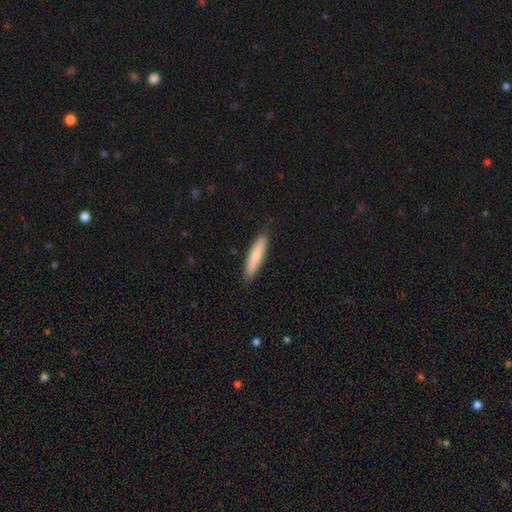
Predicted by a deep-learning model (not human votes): smooth-or-featured: smooth: 77% | featured or disk: 18% | star or artifact: 5%
  how-rounded: cigar-shaped: 87% | in between: 12% | round: 1%
  merging: none: 89% | minor disturbance: 8% | major disturbance: 2% | merger: 1%